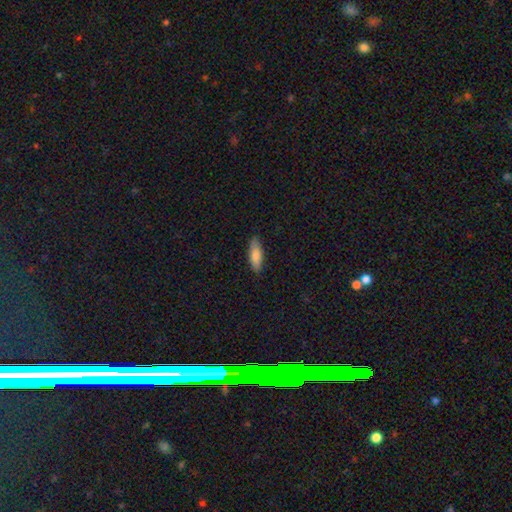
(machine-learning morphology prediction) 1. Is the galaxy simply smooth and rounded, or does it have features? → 83% smooth, 11% featured or disk, 6% star or artifact.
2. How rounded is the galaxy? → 61% in between, 38% cigar-shaped, 2% round.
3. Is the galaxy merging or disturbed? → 84% none, 13% minor disturbance, 2% major disturbance, 1% merger.